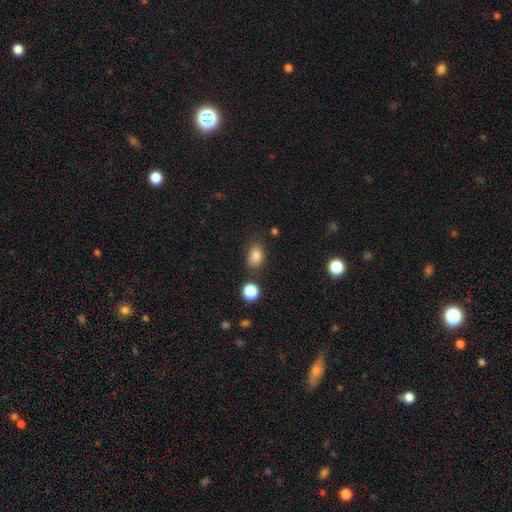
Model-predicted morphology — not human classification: Smooth or featured: smooth — 83% (star or artifact — 11%)
How rounded: in between — 78% (round — 21%)
Merging: none — 73% (minor disturbance — 18%)